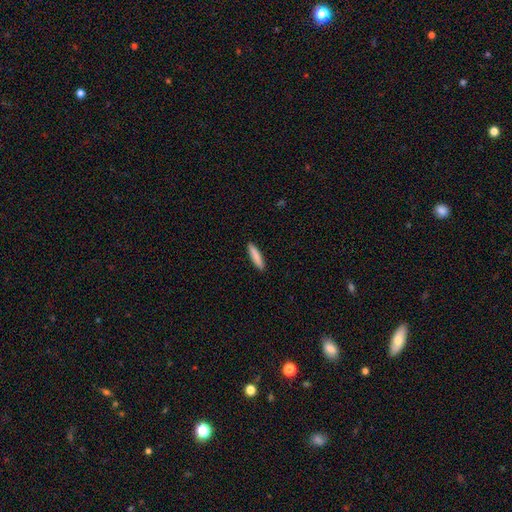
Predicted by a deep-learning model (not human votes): smooth 87%, featured or disk 7%, star or artifact 6%. Down the decision tree: how rounded — cigar-shaped (84%); merging — none (92%).